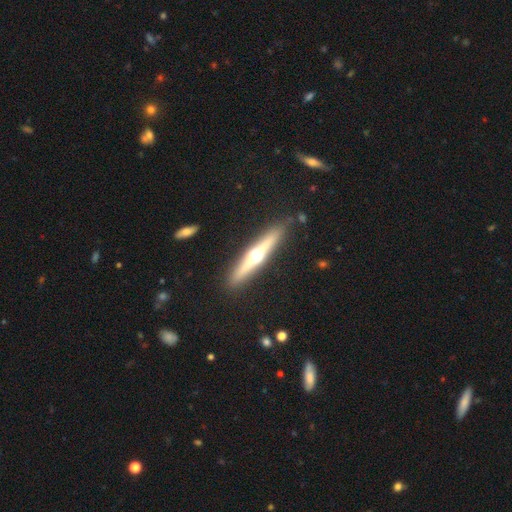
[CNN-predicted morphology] Smooth or featured? Predicted: featured or disk (p=0.67). Edge-on disk? Predicted: yes (p=0.96). Edge-on bulge? Predicted: rounded (p=0.95). Merging? Predicted: none (p=0.87).